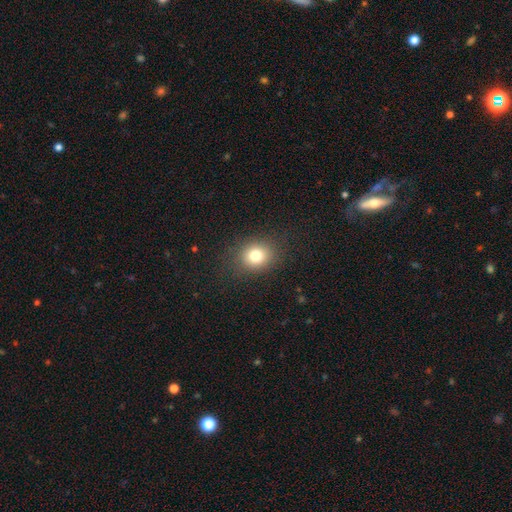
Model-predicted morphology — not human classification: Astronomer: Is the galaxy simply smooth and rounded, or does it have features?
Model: smooth — 78%.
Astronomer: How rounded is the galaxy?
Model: round — 67%.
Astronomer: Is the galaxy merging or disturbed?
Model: none — 85%.